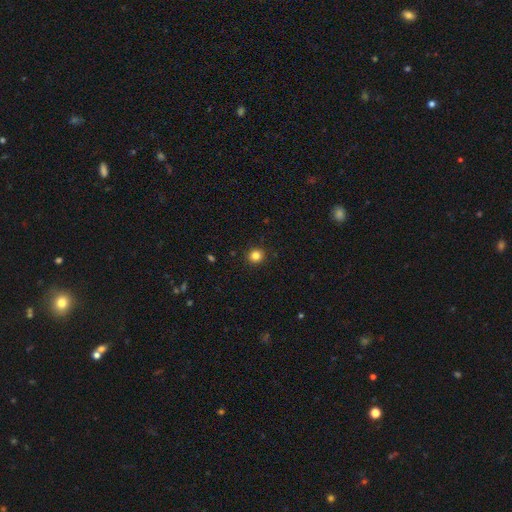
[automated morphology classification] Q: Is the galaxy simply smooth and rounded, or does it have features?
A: smooth — 83%.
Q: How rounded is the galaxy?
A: round — 91%.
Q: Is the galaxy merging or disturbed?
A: none — 92%.